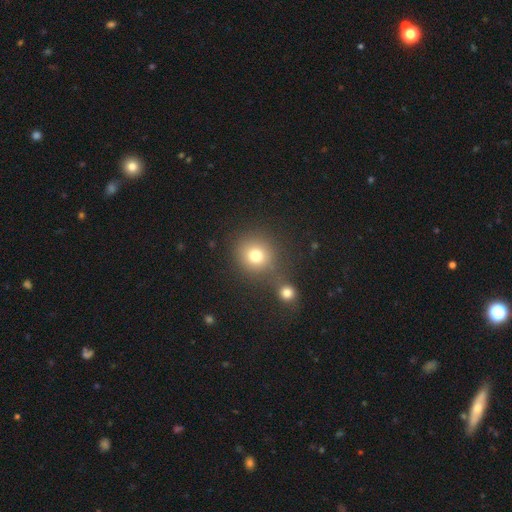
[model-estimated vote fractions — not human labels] Overall: smooth (76%). How rounded: round (87%). Merging: none (66%).